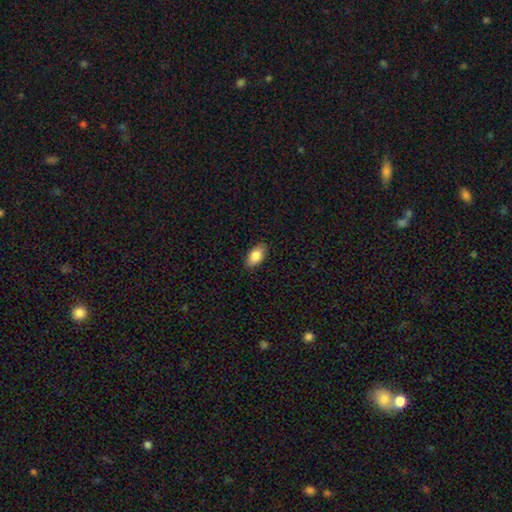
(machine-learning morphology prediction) A smooth galaxy with no disk features (85%) that is in between round and cigar-shaped (92%).

Vote fractions:
- Smooth or featured? smooth: 85% / featured or disk: 8% / star or artifact: 7%
- How rounded? in between: 92% / cigar-shaped: 4% / round: 4%
- Merging? none: 88% / minor disturbance: 9% / major disturbance: 2% / merger: 1%